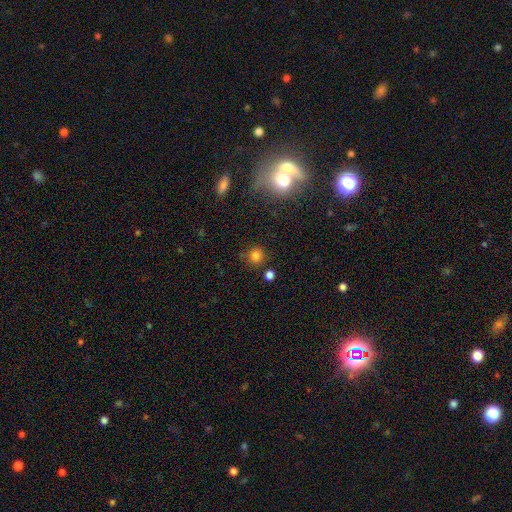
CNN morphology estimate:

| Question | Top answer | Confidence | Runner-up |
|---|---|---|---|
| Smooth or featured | smooth | 79% | star or artifact (16%) |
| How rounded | round | 92% | in between (7%) |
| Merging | none | 83% | minor disturbance (8%) |